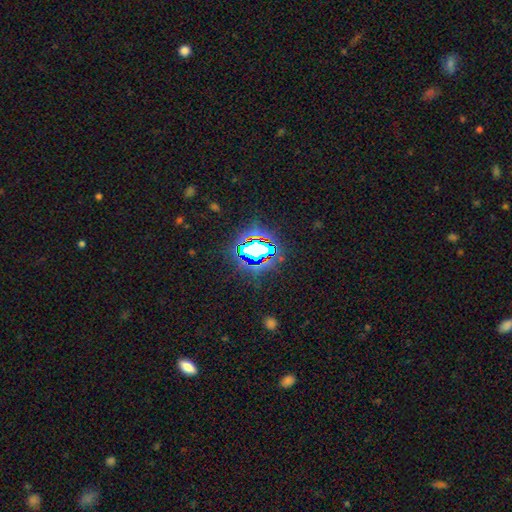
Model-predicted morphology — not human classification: Smooth or featured: star or artifact — 79% (smooth — 14%)